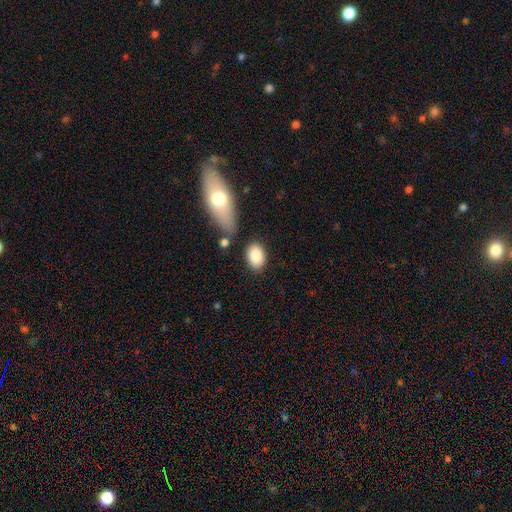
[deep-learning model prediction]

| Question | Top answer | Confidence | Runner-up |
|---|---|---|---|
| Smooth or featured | smooth | 88% | star or artifact (7%) |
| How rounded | in between | 83% | round (15%) |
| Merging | none | 75% | minor disturbance (13%) |